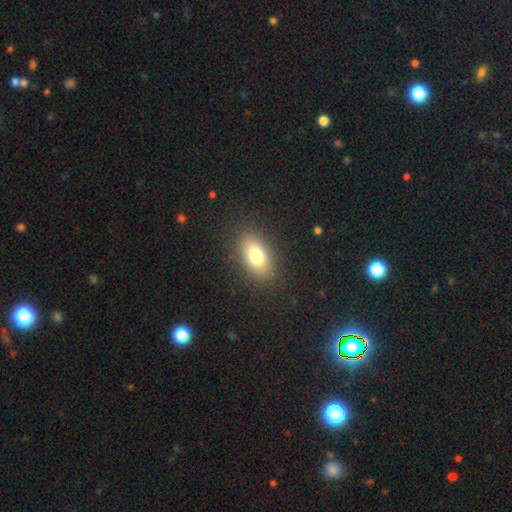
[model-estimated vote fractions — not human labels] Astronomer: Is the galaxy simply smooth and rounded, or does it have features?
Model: smooth — 77%.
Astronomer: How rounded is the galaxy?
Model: in between — 88%.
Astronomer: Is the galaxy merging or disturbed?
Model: none — 87%.